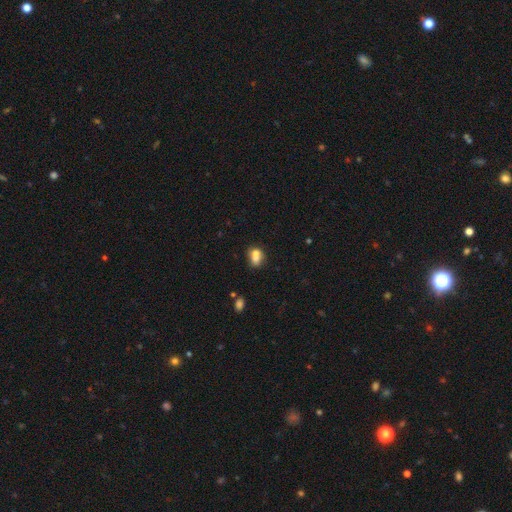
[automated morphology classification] Smooth or featured?
  - smooth: 75% *
  - featured or disk: 14%
  - star or artifact: 10%
How rounded?
  - in between: 64% *
  - round: 34%
  - cigar-shaped: 2%
Merging?
  - merger: 43% *
  - none: 38%
  - minor disturbance: 14%
  - major disturbance: 5%